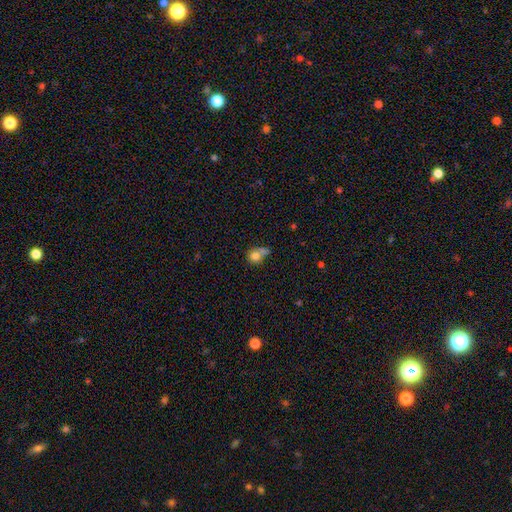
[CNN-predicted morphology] Smooth or featured? Predicted: smooth (p=0.77). How rounded? Predicted: round (p=0.71). Merging? Predicted: merger (p=0.39).